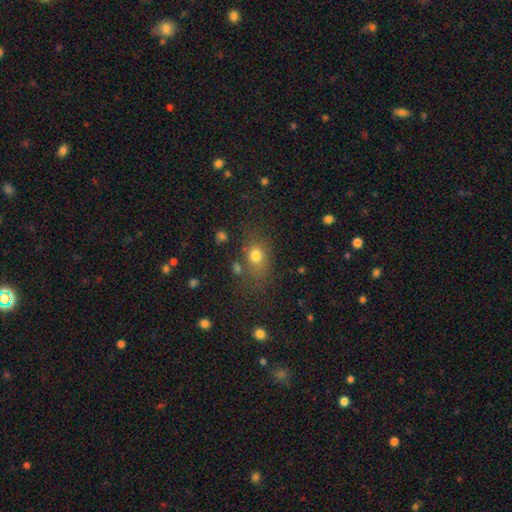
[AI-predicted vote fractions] Smooth or featured: smooth — 75% (star or artifact — 14%)
How rounded: in between — 62% (round — 35%)
Merging: none — 67% (minor disturbance — 18%)